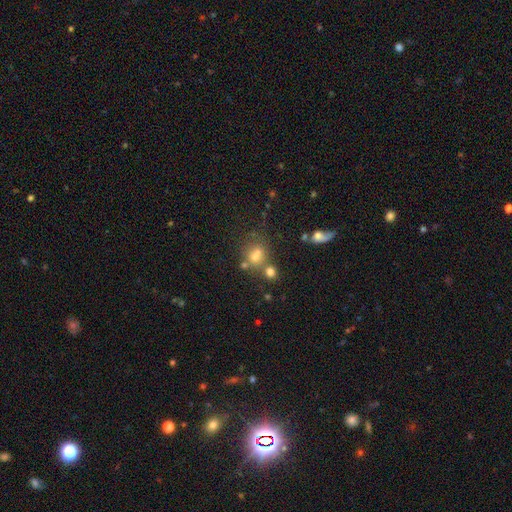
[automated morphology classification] smooth_or_featured: smooth (p=0.60) [alt: star or artifact p=0.23]
how_rounded: round (p=0.61) [alt: in between p=0.37]
merging: none (p=0.44) [alt: merger p=0.35]